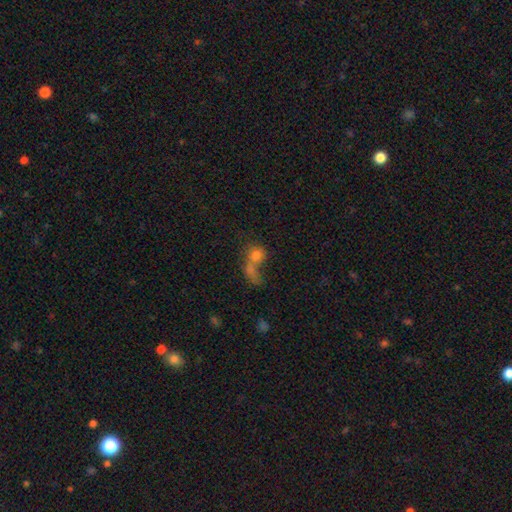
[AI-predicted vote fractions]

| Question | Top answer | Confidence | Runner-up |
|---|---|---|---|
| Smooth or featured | smooth | 65% | featured or disk (21%) |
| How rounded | round | 64% | in between (33%) |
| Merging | merger | 60% | none (18%) |